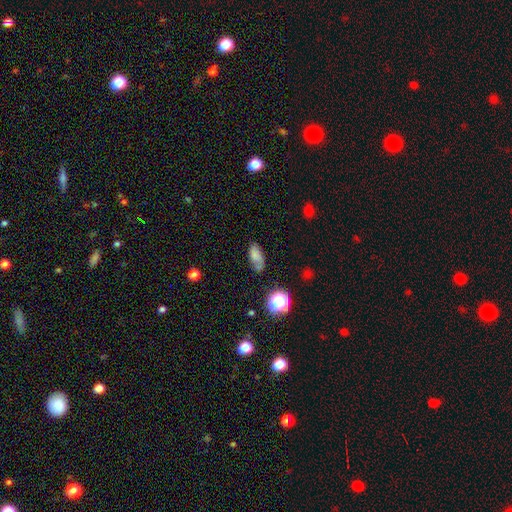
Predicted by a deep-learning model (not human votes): smooth_or_featured: smooth (p=0.70) [alt: featured or disk p=0.15]
how_rounded: in between (p=0.86) [alt: round p=0.07]
merging: none (p=0.59) [alt: minor disturbance p=0.25]